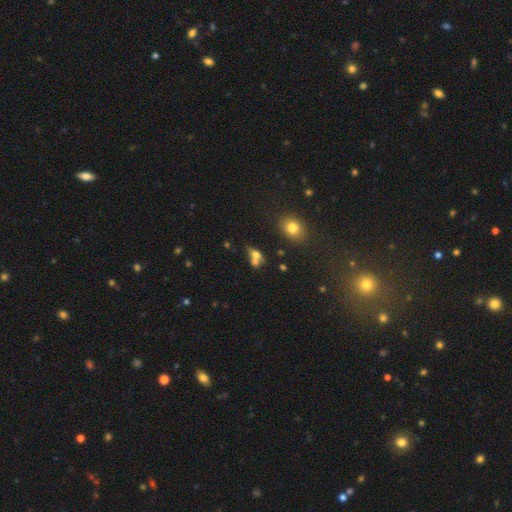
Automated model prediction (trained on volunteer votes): smooth 62%, featured or disk 24%, star or artifact 14%. Down the decision tree: how rounded — in between (59%); merging — merger (51%).